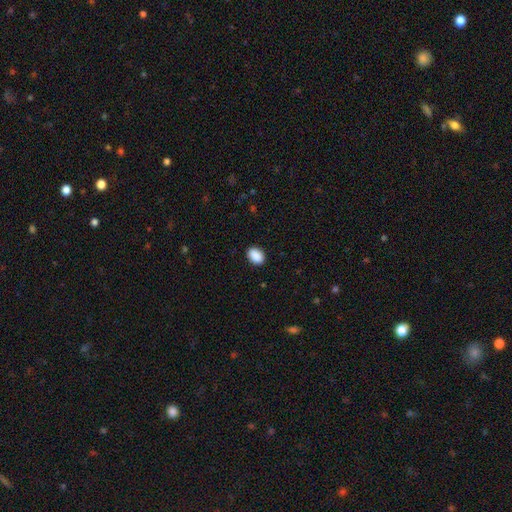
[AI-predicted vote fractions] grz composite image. It shows a smooth galaxy with no disk features (90%) that is in between round and cigar-shaped (79%). Merging: none (89%).